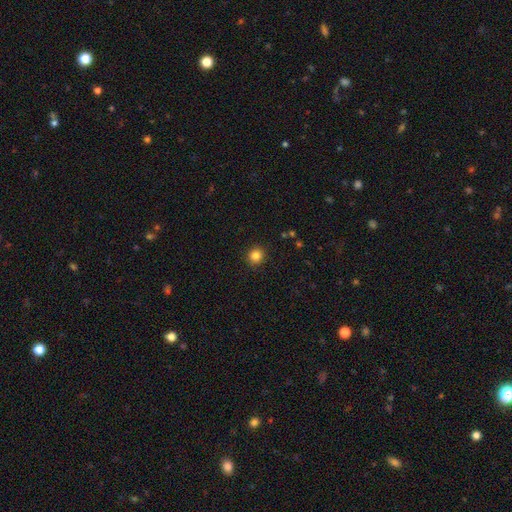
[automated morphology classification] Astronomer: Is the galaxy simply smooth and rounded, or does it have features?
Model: smooth — 83%.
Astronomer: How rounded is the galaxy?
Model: round — 93%.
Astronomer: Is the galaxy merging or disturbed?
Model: none — 92%.